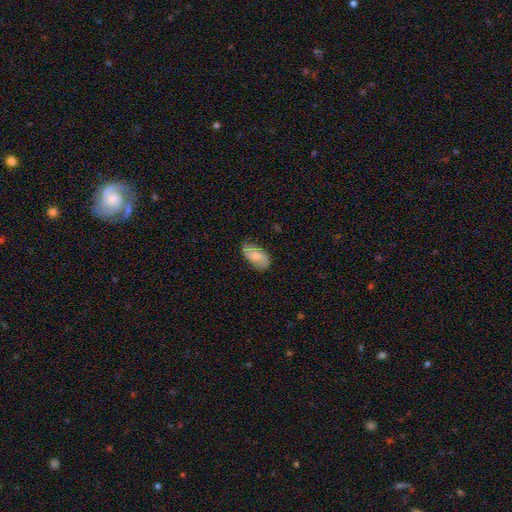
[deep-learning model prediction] Overall: smooth (61%; featured or disk 32%). How rounded: in between (93%). Merging: none (65%; minor disturbance 27%).